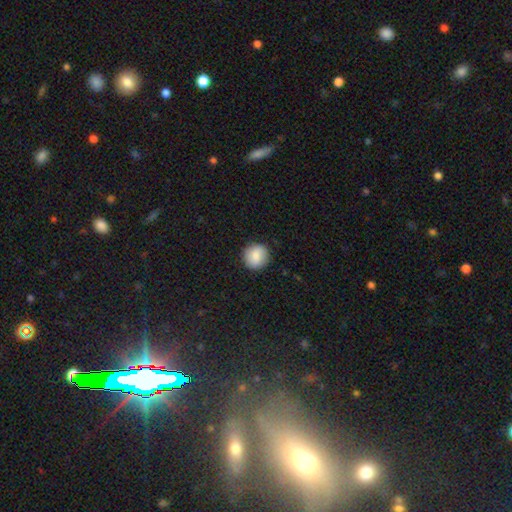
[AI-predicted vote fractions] Morphology: type=smooth (86%); roundness=round (91%); merging=none (89%).